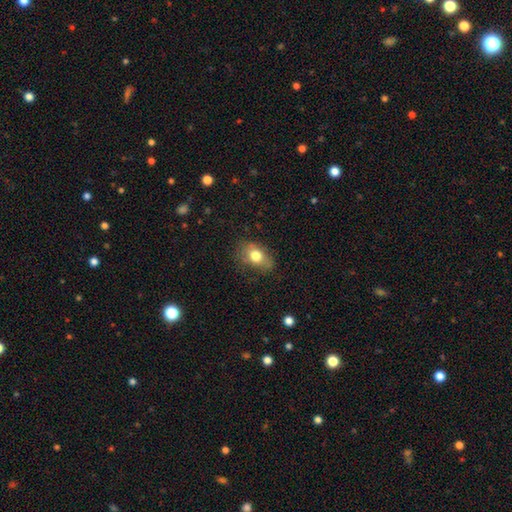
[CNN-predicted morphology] This is likely a smooth galaxy (75%). How rounded: clearly in between (81%). Merging: likely none (66%).